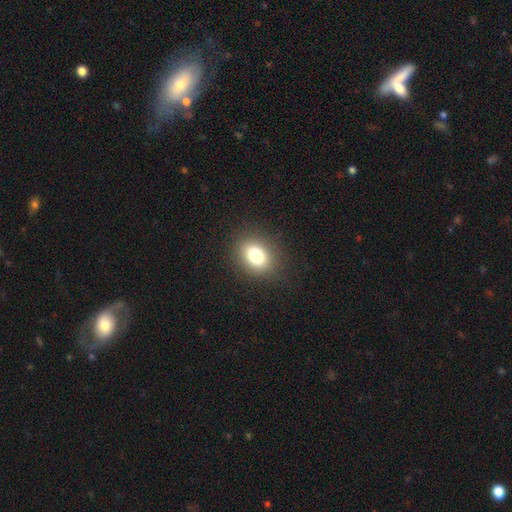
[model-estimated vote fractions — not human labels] A smooth galaxy with no disk features (80%) that is in between round and cigar-shaped (59%). Merging: none (87%).